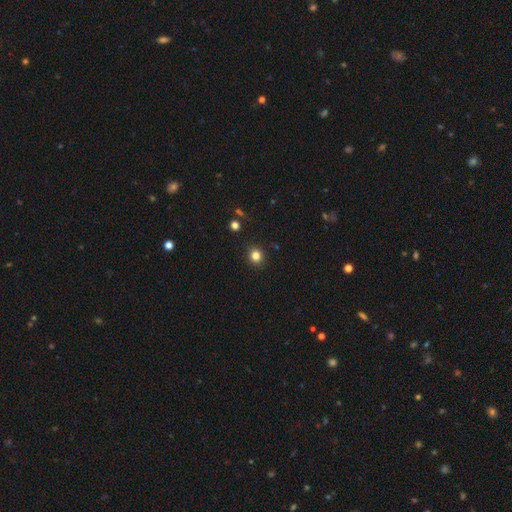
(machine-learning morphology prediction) A smooth galaxy with no disk features (82%) that is round (85%).

Vote fractions:
- Smooth or featured? smooth: 82% / star or artifact: 13% / featured or disk: 5%
- How rounded? round: 85% / in between: 14% / cigar-shaped: 1%
- Merging? none: 91% / minor disturbance: 6% / major disturbance: 2% / merger: 1%